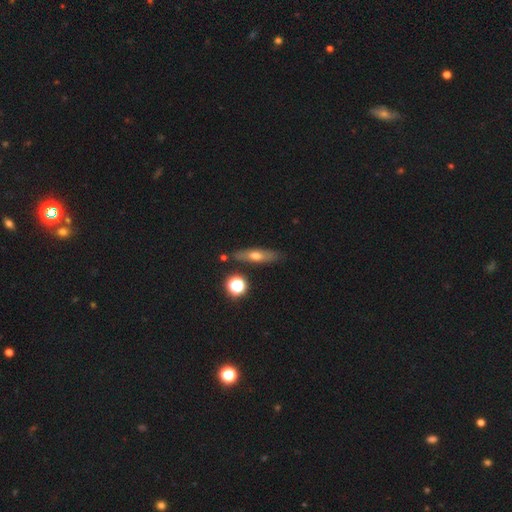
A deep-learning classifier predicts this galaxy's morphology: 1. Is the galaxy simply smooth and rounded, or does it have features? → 49% smooth, 40% featured or disk, 11% star or artifact.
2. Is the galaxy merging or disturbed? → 82% none, 12% minor disturbance, 4% merger, 3% major disturbance.